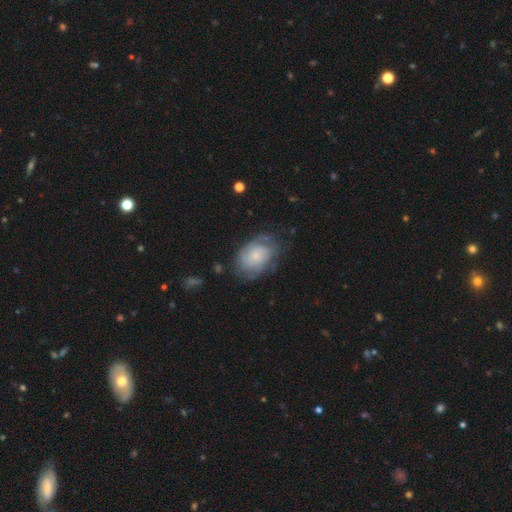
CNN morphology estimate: smooth-or-featured: featured or disk: 62% | smooth: 31% | star or artifact: 7%
  disk-edge-on: no: 97% | yes: 3%
    bar: no: 79% | weak: 19% | strong: 2%
    has-spiral-arms: yes: 83% | no: 17%
    bulge-size: small: 66% | moderate: 22% | none: 7% | large: 4% | dominant: 1%
  merging: none: 61% | minor disturbance: 24% | major disturbance: 13% | merger: 2%